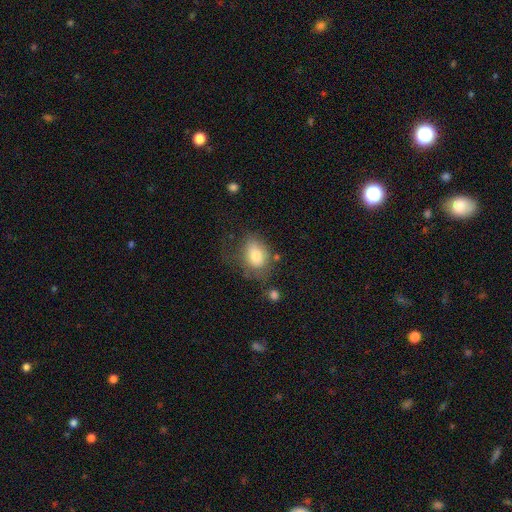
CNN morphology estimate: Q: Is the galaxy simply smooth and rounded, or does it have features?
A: smooth — 77%.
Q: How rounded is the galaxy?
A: in between — 78%.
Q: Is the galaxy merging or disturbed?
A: none — 47%.